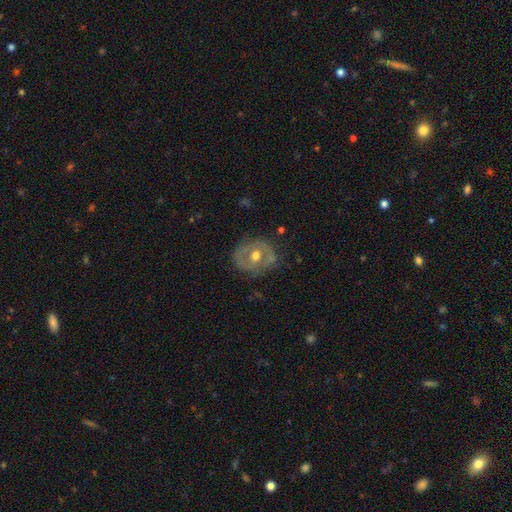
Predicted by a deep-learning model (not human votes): This appears to be a featured or disk galaxy (60%) with no bar (63%), no spiral arms (69%) and a moderate central bulge (79%). Merging: none (70%).